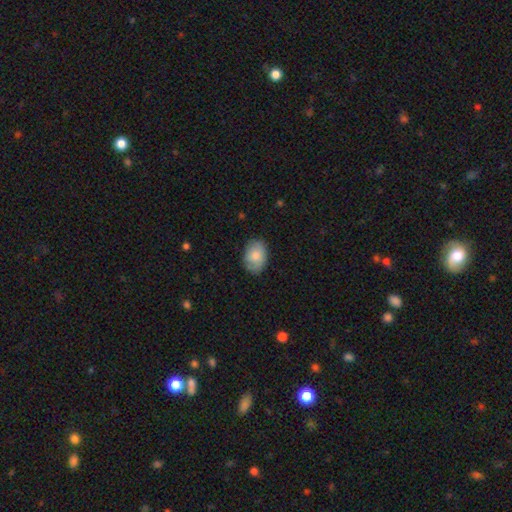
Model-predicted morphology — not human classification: Smooth or featured? Predicted: smooth (p=0.80). How rounded? Predicted: in between (p=0.82). Merging? Predicted: none (p=0.79).